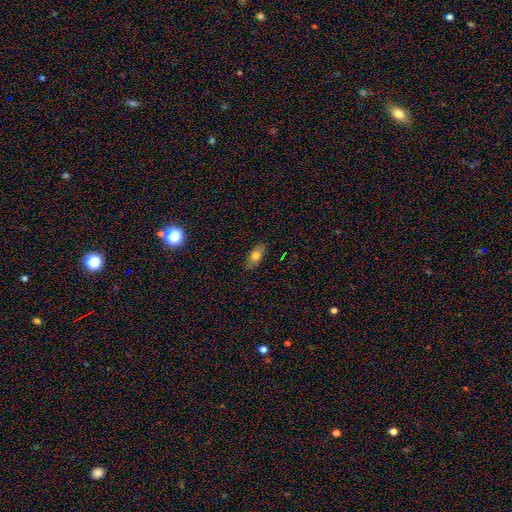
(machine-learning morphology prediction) Smooth or featured? smooth (71%)
How rounded? in between (85%)
Merging? none (83%)